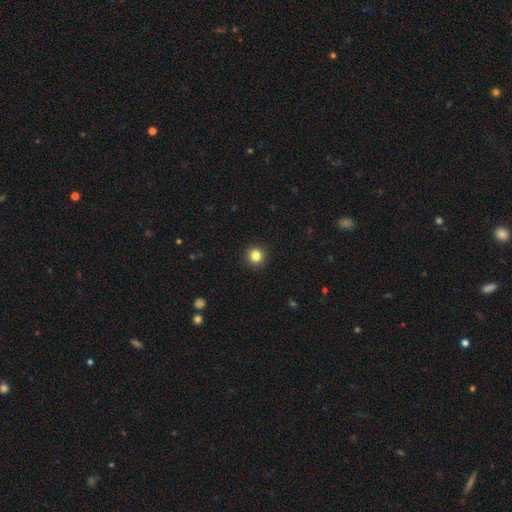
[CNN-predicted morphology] Smooth or featured?
  - smooth: 83% *
  - star or artifact: 12%
  - featured or disk: 5%
How rounded?
  - round: 94% *
  - in between: 5%
  - cigar-shaped: 1%
Merging?
  - none: 93% *
  - minor disturbance: 5%
  - major disturbance: 2%
  - merger: 1%